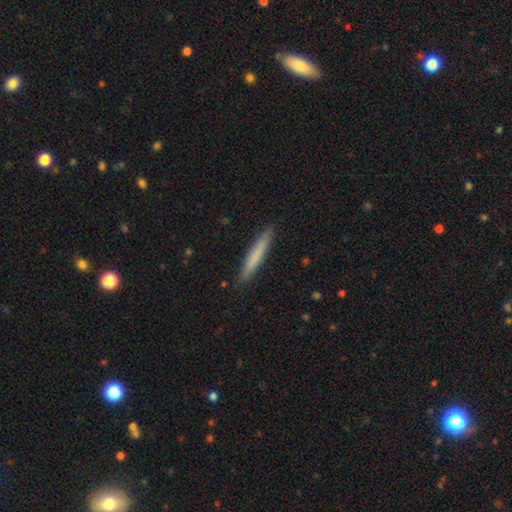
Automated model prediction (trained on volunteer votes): Smooth or featured?
  - smooth: 75% *
  - featured or disk: 20%
  - star or artifact: 5%
How rounded?
  - cigar-shaped: 96% *
  - in between: 3%
  - round: 1%
Merging?
  - none: 91% *
  - minor disturbance: 7%
  - major disturbance: 1%
  - merger: 1%